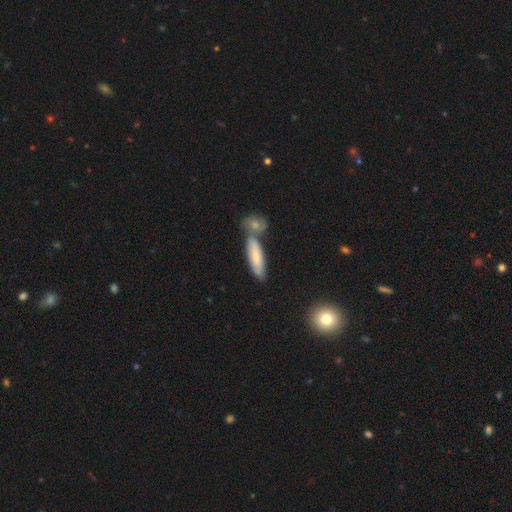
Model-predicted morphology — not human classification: Smooth or featured?
  - smooth: 70% *
  - featured or disk: 24%
  - star or artifact: 6%
How rounded?
  - cigar-shaped: 62% *
  - in between: 36%
  - round: 2%
Merging?
  - none: 55% *
  - merger: 28%
  - minor disturbance: 13%
  - major disturbance: 4%